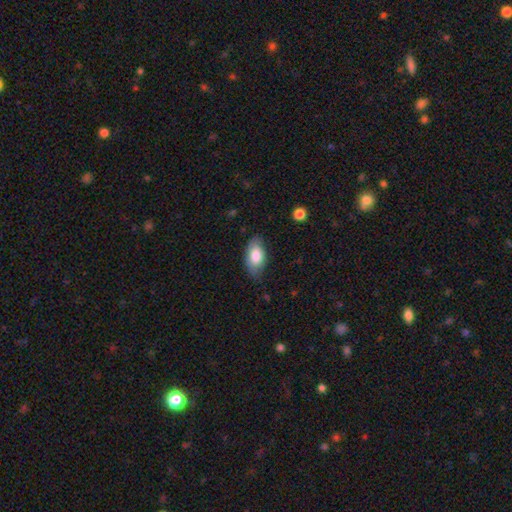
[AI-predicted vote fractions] This appears to be a smooth galaxy with no disk features (79%) that is in between round and cigar-shaped (93%). Merging: none (72%).